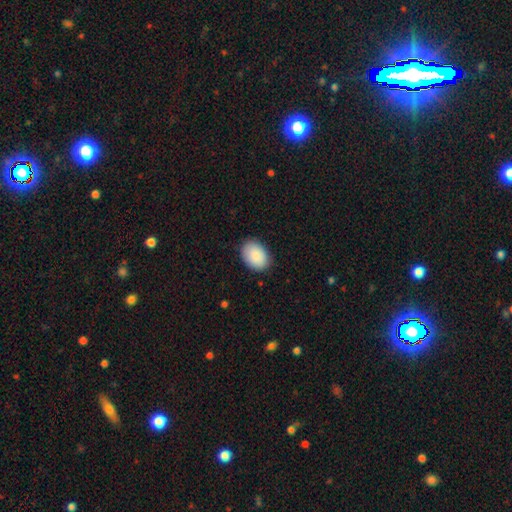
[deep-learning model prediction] Smooth or featured: smooth — 90% (star or artifact — 6%)
How rounded: in between — 81% (round — 18%)
Merging: none — 86% (minor disturbance — 11%)